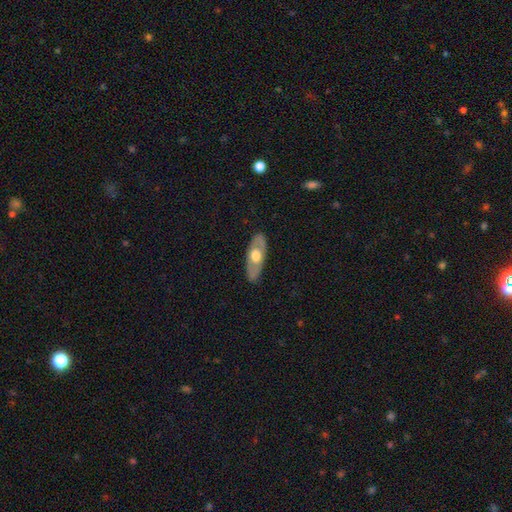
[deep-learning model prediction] Smooth or featured: featured or disk — 50% (smooth — 45%)
Edge-on disk: no — 62% (yes — 38%)
Merging: none — 85% (minor disturbance — 11%)